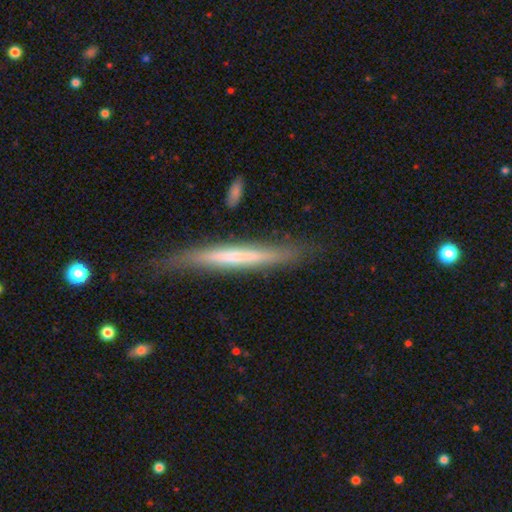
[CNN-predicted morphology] Overall: featured or disk (49%; smooth 45%). Merging: none (78%).